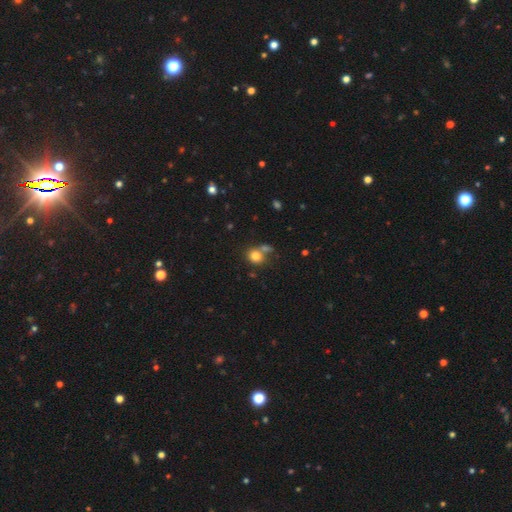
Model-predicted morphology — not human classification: Q: Smooth or featured?
A: smooth (81%); runner-up: star or artifact (12%)
Q: How rounded?
A: round (75%); runner-up: in between (24%)
Q: Merging?
A: none (57%); runner-up: merger (26%)